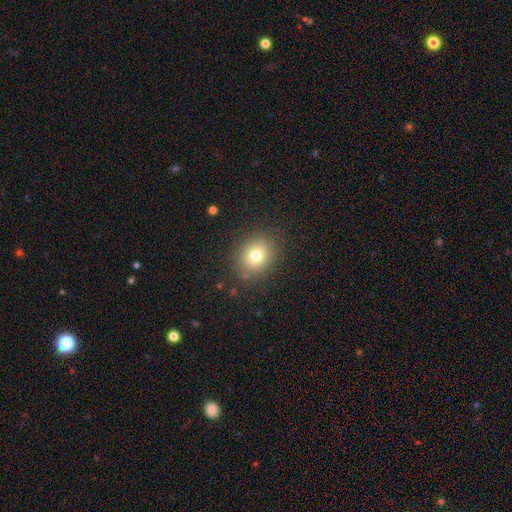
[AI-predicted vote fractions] The model was most divided on "how rounded": round: 58%, in between: 41%, cigar-shaped: 1%. More confident: merging — none (86%); smooth or featured — smooth (76%).